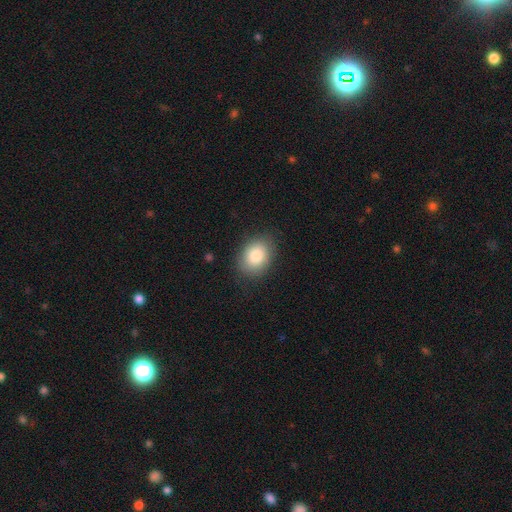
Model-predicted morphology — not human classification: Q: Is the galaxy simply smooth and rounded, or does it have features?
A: smooth — 83%.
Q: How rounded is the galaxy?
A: in between — 66%.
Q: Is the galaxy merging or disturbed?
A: none — 83%.